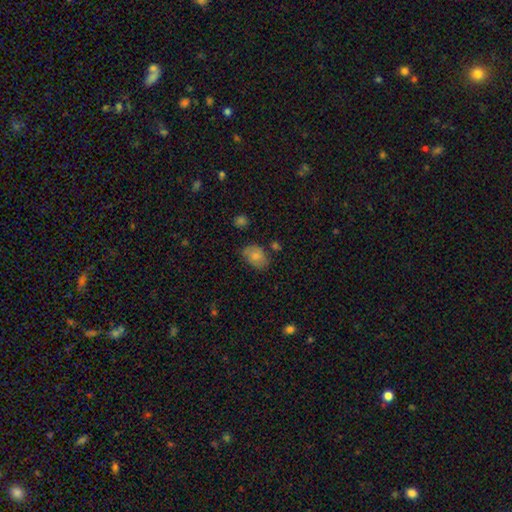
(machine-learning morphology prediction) This is likely a smooth galaxy (77%). How rounded: likely in between (79%). Merging: likely none (68%).